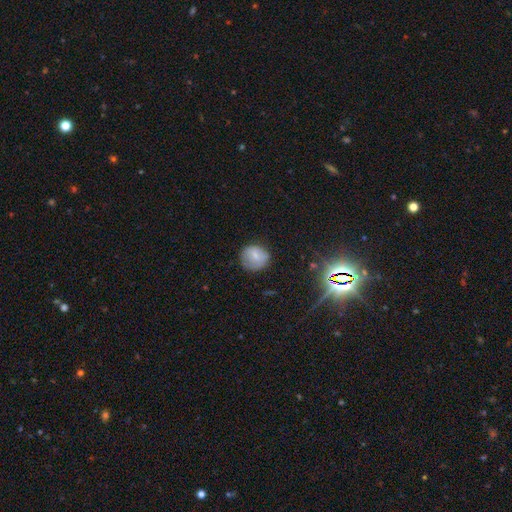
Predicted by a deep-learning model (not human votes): Smooth or featured? smooth (68%)
How rounded? round (80%)
Merging? none (72%)